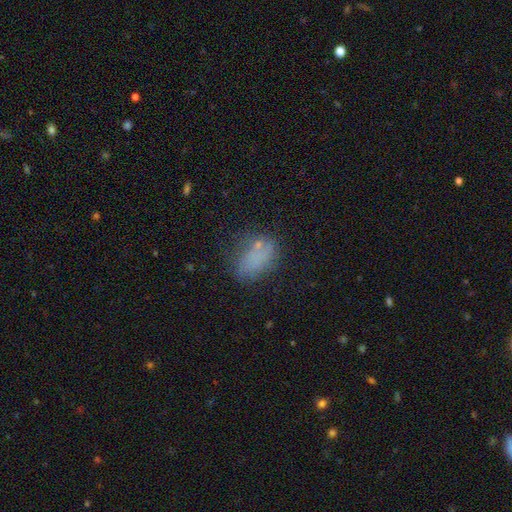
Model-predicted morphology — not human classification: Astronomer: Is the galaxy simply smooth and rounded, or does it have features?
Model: smooth — 66%.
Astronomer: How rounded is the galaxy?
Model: in between — 85%.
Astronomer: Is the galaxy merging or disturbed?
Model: none — 58%.